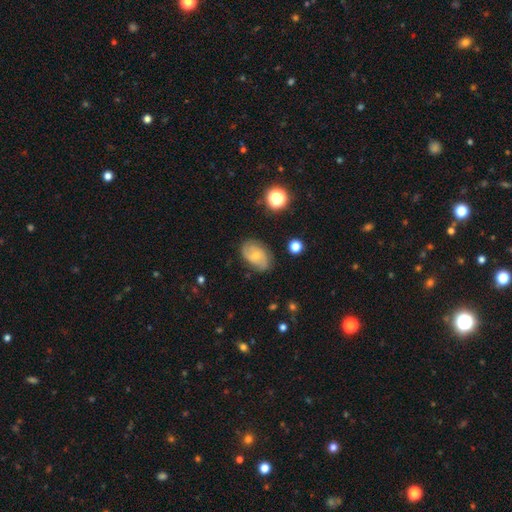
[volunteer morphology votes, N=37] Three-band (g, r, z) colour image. It shows a featured or disk galaxy (59%) with no bar (68%), 2 (63%) medium (47%) spiral arms (86%) and a small central bulge (64%). Merging: none (81%).